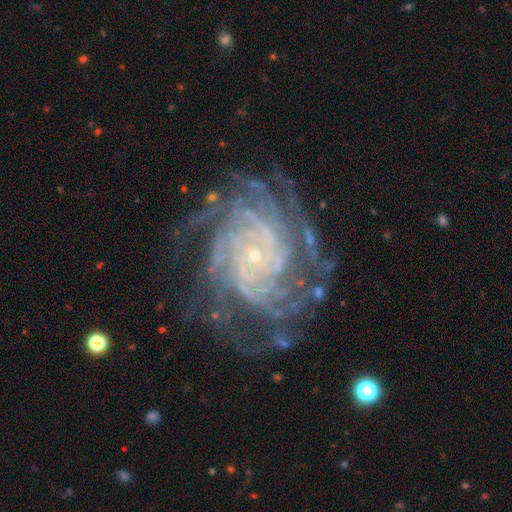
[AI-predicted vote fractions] The model was most divided on "spiral arm count": more than 4: 35%, 4: 23%, can't tell: 16%, 3: 10%, 2: 9%, 1: 8%. More confident: spiral arms — yes (98%); edge-on disk — no (98%); smooth or featured — featured or disk (91%); bulge size — small (88%); spiral winding — tight (77%); merging — none (75%); bar — no (73%).